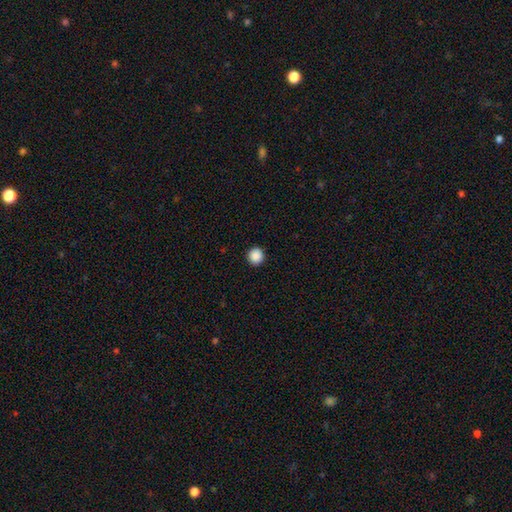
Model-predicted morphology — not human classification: Smooth or featured? Predicted: smooth (p=0.89). How rounded? Predicted: round (p=0.94). Merging? Predicted: none (p=0.93).